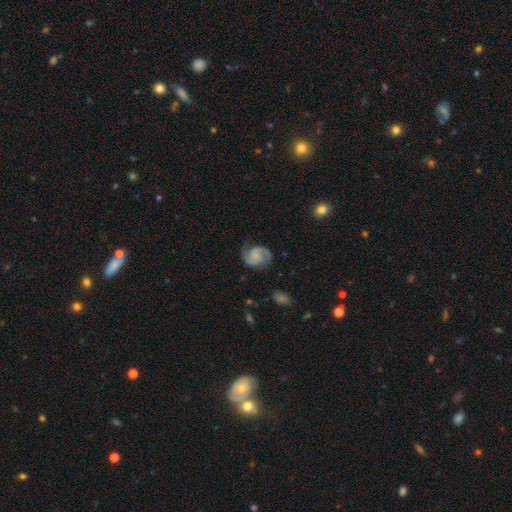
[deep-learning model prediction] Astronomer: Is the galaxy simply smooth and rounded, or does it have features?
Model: featured or disk — 85%.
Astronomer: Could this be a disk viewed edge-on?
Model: no — 98%.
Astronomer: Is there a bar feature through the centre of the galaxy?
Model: no — 54% (runner-up: weak, 38%).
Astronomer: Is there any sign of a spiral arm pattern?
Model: yes — 97%.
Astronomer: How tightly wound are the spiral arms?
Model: medium — 54%.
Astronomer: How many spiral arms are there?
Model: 2 — 92%.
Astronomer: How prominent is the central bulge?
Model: none — 49% (runner-up: small, 30%).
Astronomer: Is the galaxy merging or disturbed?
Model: none — 78%.